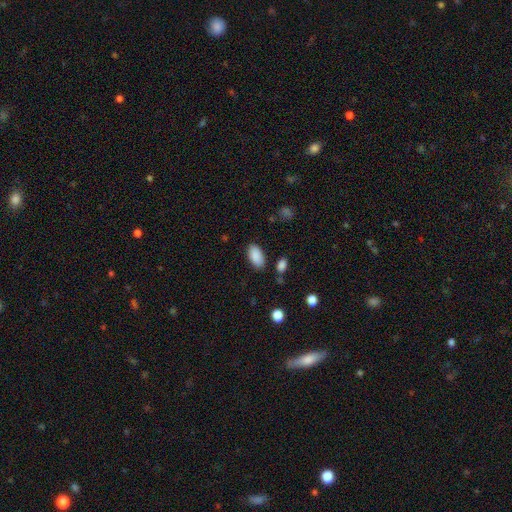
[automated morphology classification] Smooth or featured? Predicted: smooth (p=0.89). How rounded? Predicted: in between (p=0.94). Merging? Predicted: none (p=0.84).